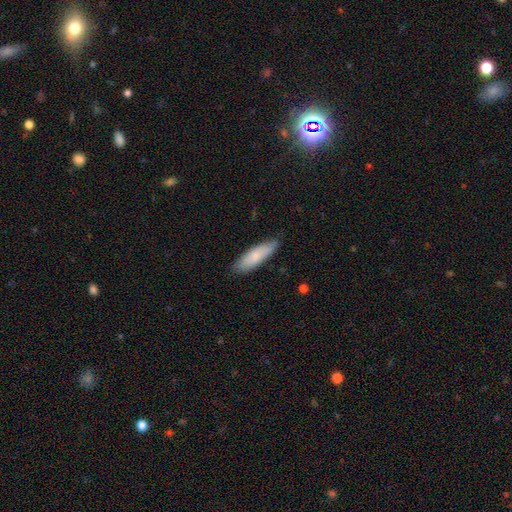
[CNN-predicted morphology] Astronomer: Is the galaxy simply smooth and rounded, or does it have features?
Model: smooth — 78%.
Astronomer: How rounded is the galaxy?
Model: cigar-shaped — 57% (runner-up: in between, 41%).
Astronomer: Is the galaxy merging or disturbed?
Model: none — 81%.